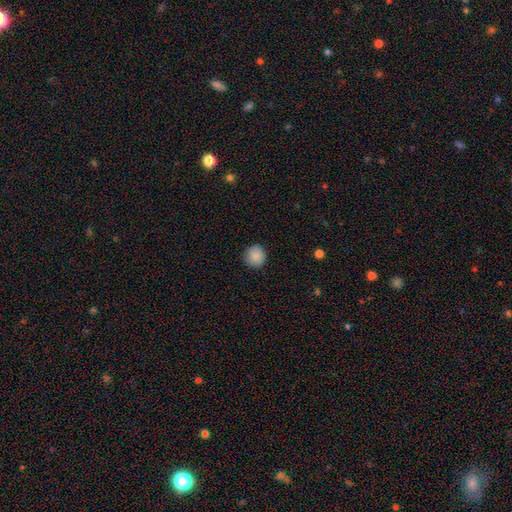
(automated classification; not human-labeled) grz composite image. It shows a smooth galaxy with no disk features (88%) that is round (92%). Merging: none (90%).